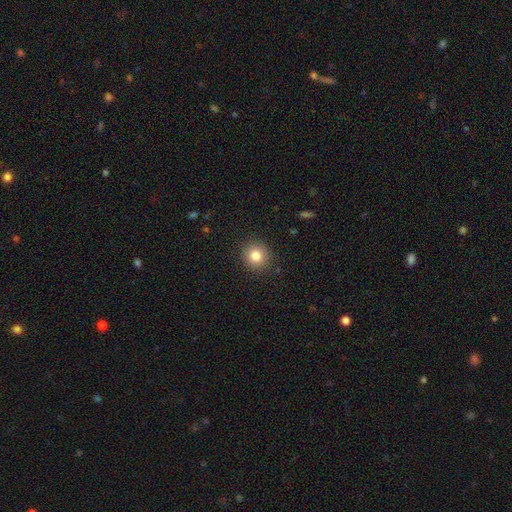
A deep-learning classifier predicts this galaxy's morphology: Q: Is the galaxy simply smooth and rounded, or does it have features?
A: smooth — 82%.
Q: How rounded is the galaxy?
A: round — 87%.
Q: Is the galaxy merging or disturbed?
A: none — 89%.